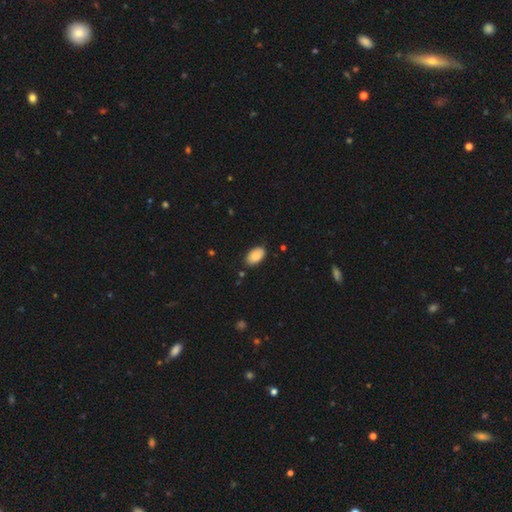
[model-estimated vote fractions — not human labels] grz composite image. It shows a smooth galaxy with no disk features (80%) that is in between round and cigar-shaped (93%). Merging: none (85%).